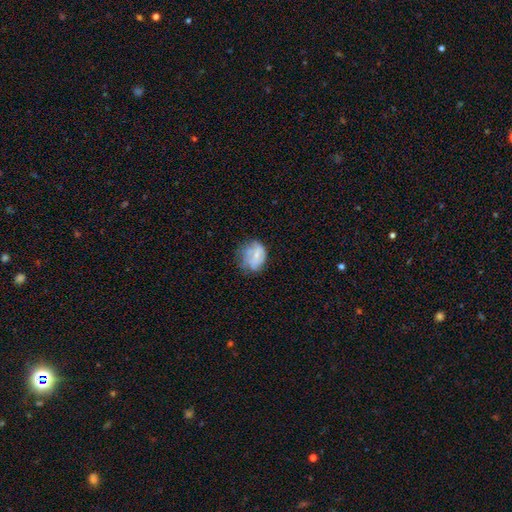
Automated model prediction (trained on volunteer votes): Smooth or featured? featured or disk (52%)
Edge-on disk? no (98%)
Bar? no (59%)
Spiral arms? yes (65%)
Bulge size? small (61%)
Merging? none (48%)